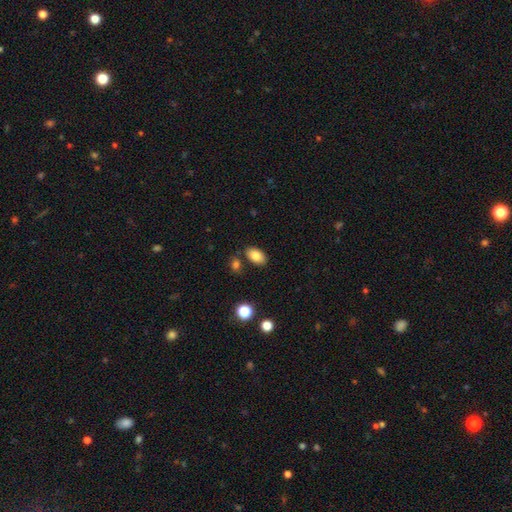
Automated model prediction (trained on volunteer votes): A smooth galaxy with no disk features (84%) that is in between round and cigar-shaped (92%). Merging: none (78%).